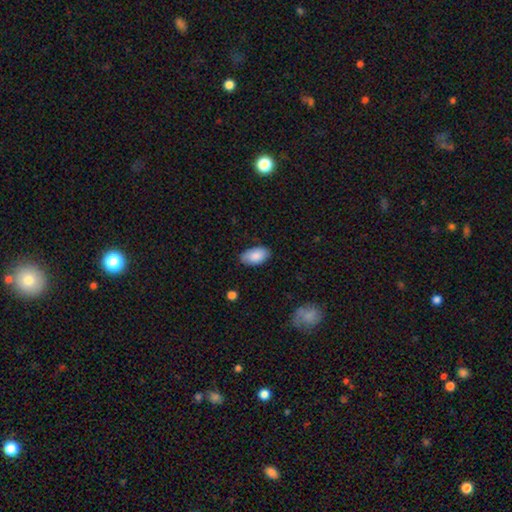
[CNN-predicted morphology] Overall: smooth (87%). How rounded: in between (95%). Merging: none (82%).